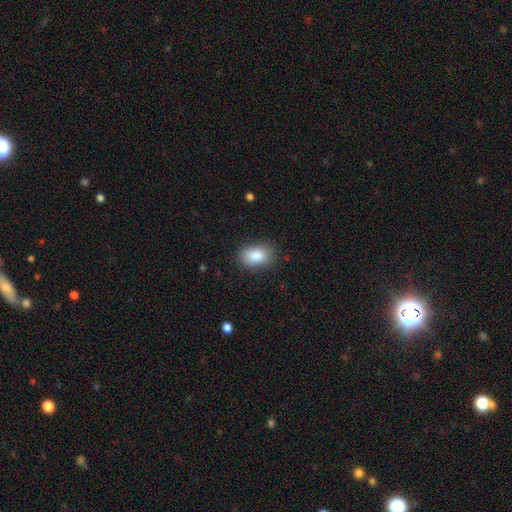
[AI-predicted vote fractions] Smooth or featured?
  - smooth: 87% *
  - star or artifact: 8%
  - featured or disk: 5%
How rounded?
  - in between: 83% *
  - round: 16%
  - cigar-shaped: 1%
Merging?
  - none: 81% *
  - minor disturbance: 14%
  - major disturbance: 4%
  - merger: 1%